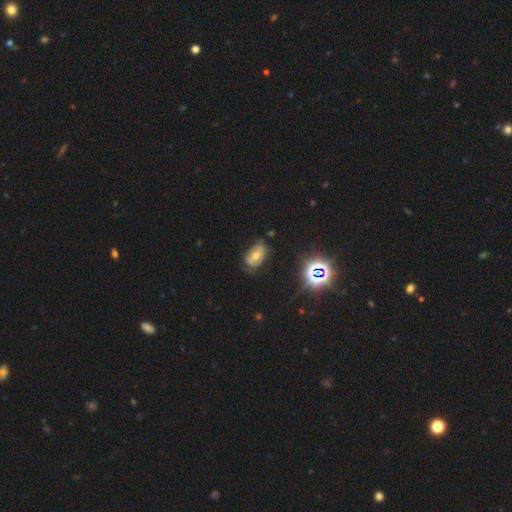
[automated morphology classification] This appears to be a smooth galaxy with no disk features (45%). Merging: none (59%).